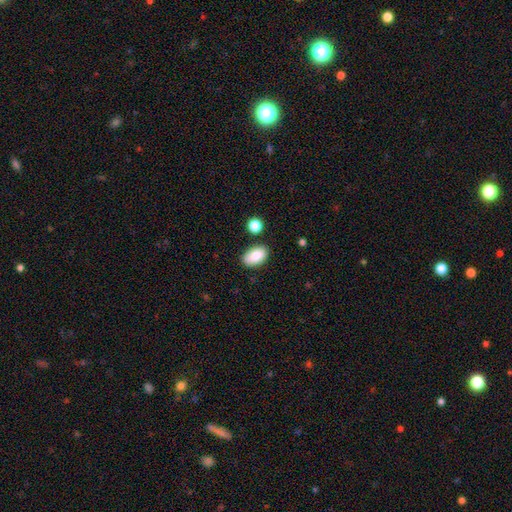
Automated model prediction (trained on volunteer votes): smooth-or-featured: smooth: 85% | featured or disk: 8% | star or artifact: 7%
  how-rounded: in between: 92% | round: 6% | cigar-shaped: 1%
  merging: none: 81% | minor disturbance: 12% | merger: 4% | major disturbance: 3%